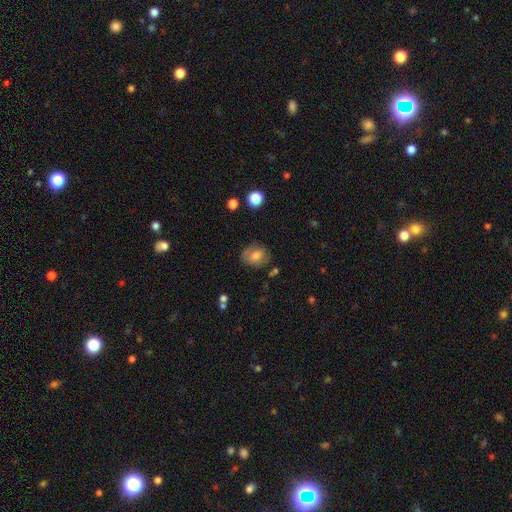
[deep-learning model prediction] This is possibly a smooth galaxy (59%). How rounded: possibly in between (57%). Merging: likely none (72%).